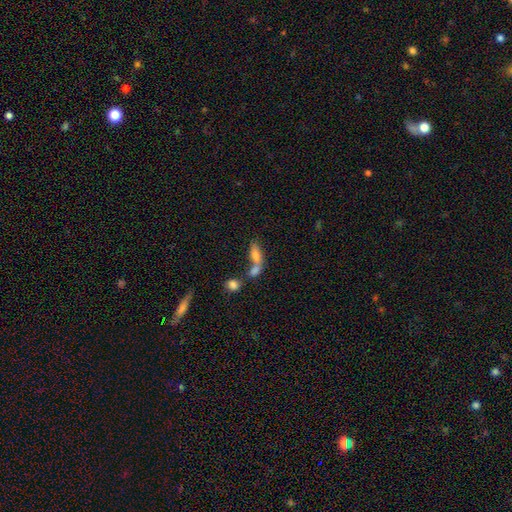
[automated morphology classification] Smooth or featured: smooth — 70% (featured or disk — 20%)
How rounded: in between — 70% (cigar-shaped — 25%)
Merging: merger — 57% (none — 28%)